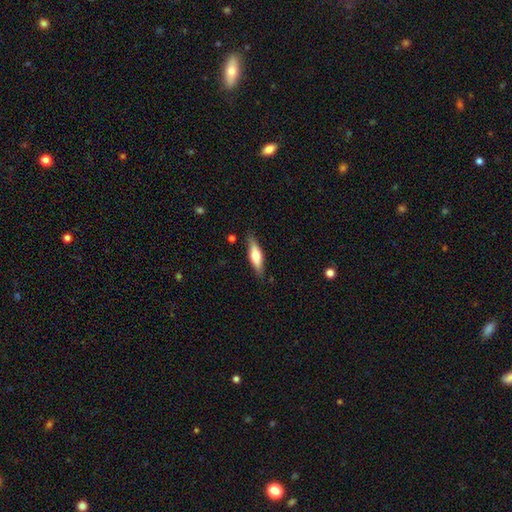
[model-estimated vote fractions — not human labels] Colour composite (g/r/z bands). It shows a smooth galaxy with no disk features (53%) that is cigar-shaped (62%). Merging: none (83%).